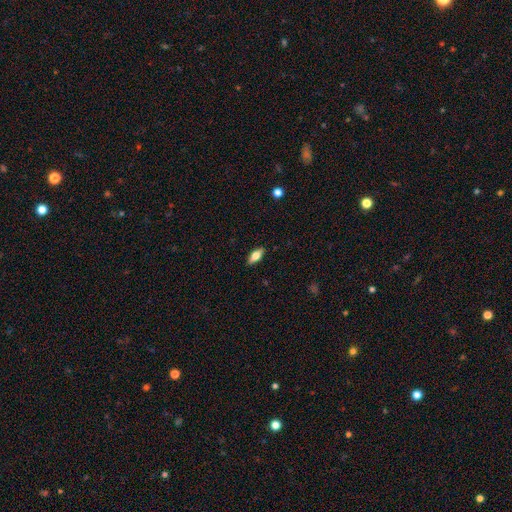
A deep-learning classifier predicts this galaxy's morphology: smooth_or_featured: smooth (p=0.67) [alt: featured or disk p=0.26]
how_rounded: in between (p=0.79) [alt: cigar-shaped p=0.18]
merging: none (p=0.88) [alt: minor disturbance p=0.09]